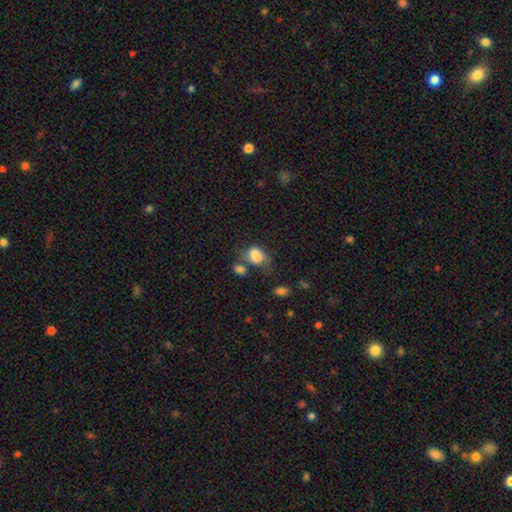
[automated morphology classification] This appears to be a smooth galaxy with no disk features (79%) that is in between round and cigar-shaped (71%). Merging: none (30%).